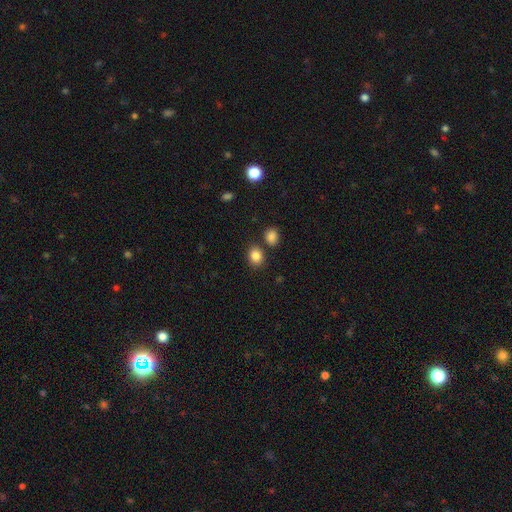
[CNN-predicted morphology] A smooth galaxy with no disk features (86%) that is round (60%). Merging: none (77%).